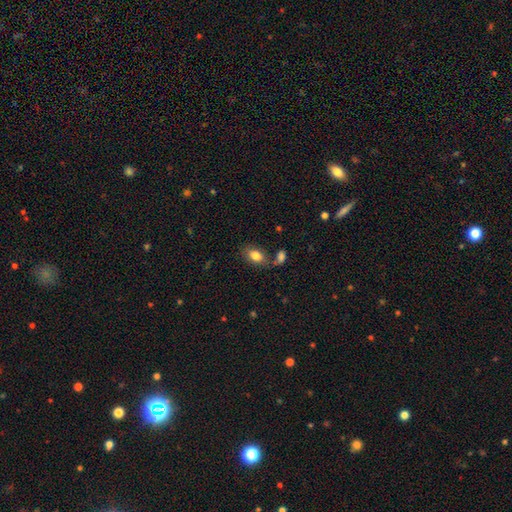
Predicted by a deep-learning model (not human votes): smooth-or-featured: smooth: 83% | featured or disk: 9% | star or artifact: 8%
  how-rounded: in between: 85% | round: 13% | cigar-shaped: 2%
  merging: none: 64% | merger: 15% | minor disturbance: 15% | major disturbance: 5%